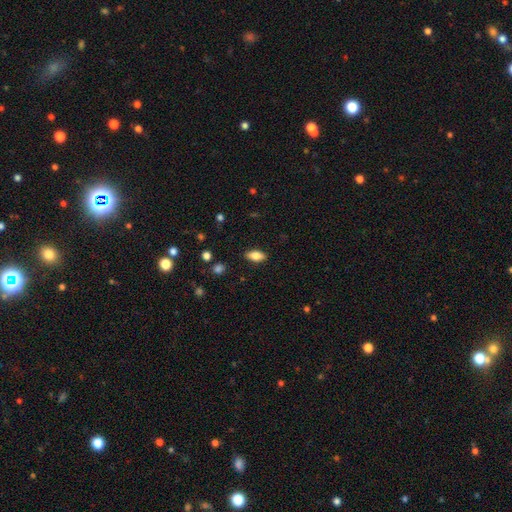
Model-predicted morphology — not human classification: This appears to be a smooth galaxy with no disk features (78%) that is in between round and cigar-shaped (86%). Merging: none (88%).